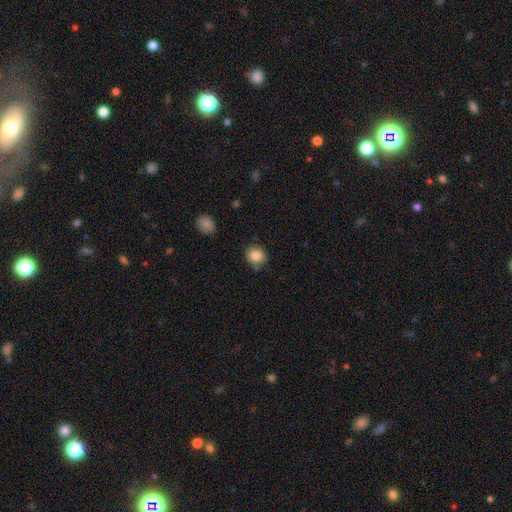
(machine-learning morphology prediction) This is clearly a smooth galaxy (86%). How rounded: clearly round (85%). Merging: clearly none (82%).